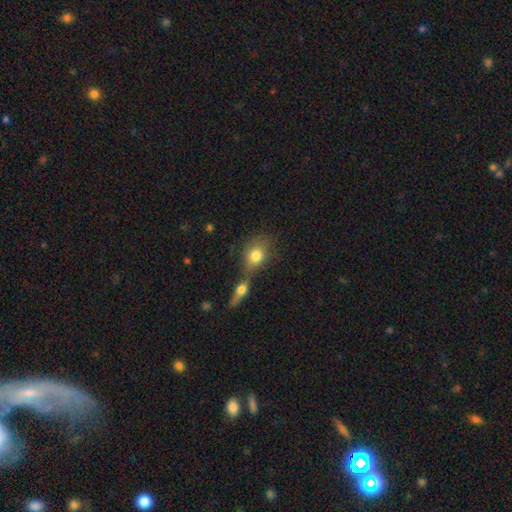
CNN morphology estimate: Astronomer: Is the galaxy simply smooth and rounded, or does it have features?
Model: smooth — 78%.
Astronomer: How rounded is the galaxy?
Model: in between — 49% (runner-up: round, 48%).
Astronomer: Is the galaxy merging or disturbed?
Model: merger — 44% (runner-up: none, 40%).